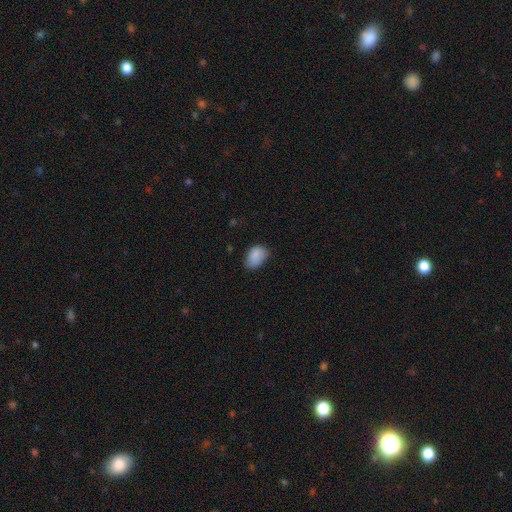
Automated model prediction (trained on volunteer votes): This appears to be a smooth galaxy with no disk features (86%) that is in between round and cigar-shaped (84%). Merging: none (59%).